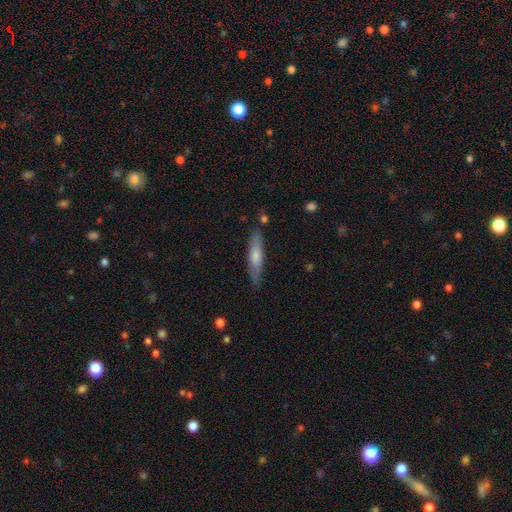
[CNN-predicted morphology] Smooth or featured: smooth — 62% (featured or disk — 33%)
How rounded: cigar-shaped — 81% (in between — 18%)
Merging: none — 81% (minor disturbance — 14%)